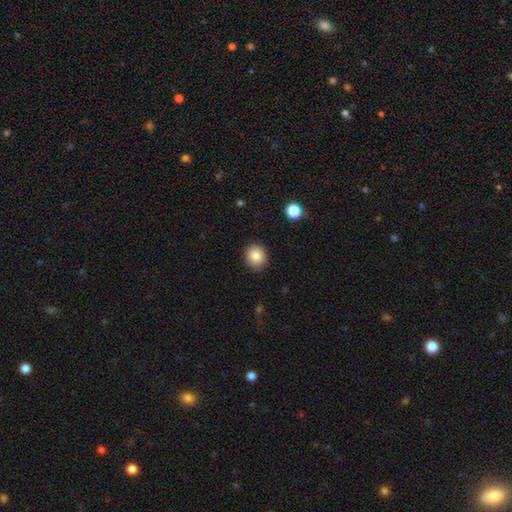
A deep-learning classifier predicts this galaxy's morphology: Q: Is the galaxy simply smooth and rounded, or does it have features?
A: smooth — 86%.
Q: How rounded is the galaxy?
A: round — 78%.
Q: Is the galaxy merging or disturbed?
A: none — 87%.